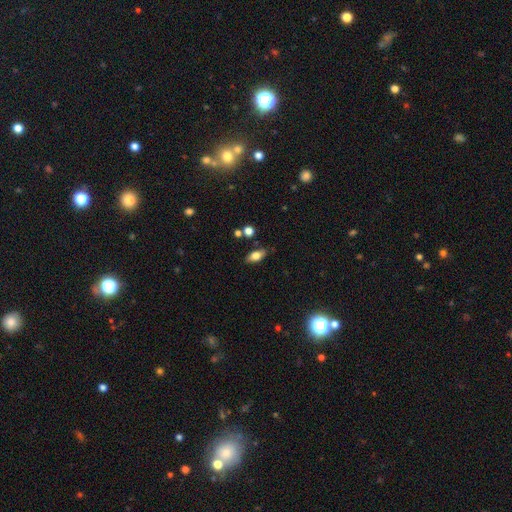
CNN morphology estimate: This appears to be a smooth galaxy with no disk features (75%) that is in between round and cigar-shaped (86%). Merging: none (81%).